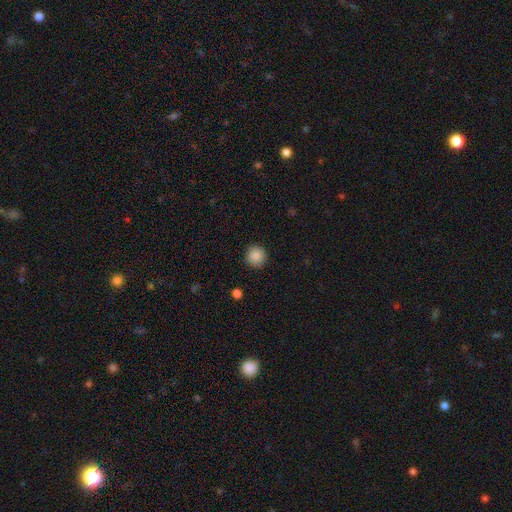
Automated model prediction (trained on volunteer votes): Morphology: type=smooth (88%); roundness=round (94%); merging=none (90%).